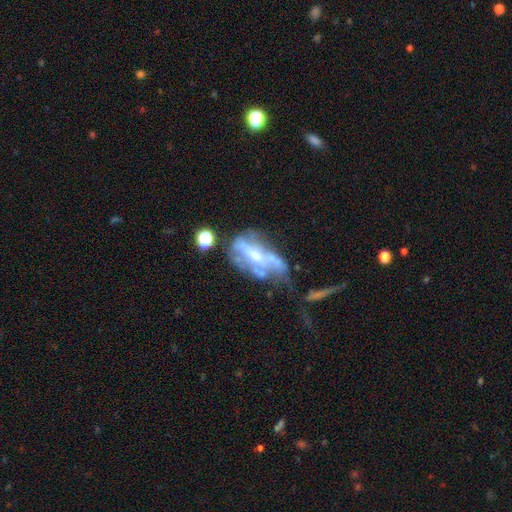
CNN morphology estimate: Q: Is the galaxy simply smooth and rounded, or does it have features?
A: featured or disk — 69%.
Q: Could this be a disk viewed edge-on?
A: no — 88%.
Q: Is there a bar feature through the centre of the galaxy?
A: no — 65%.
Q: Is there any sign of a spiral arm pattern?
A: no — 67%.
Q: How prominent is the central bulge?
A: moderate — 48%.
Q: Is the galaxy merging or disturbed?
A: major disturbance — 35%.